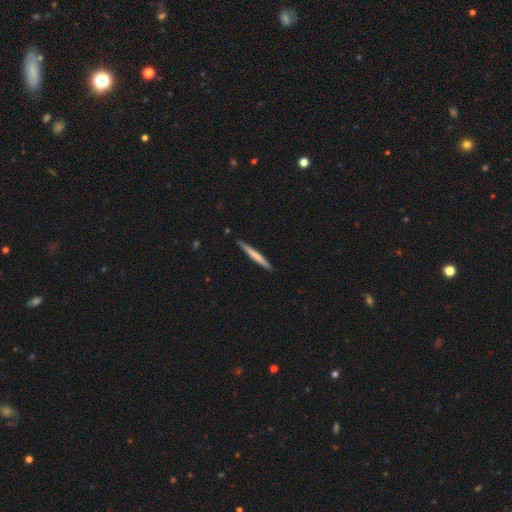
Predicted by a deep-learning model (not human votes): smooth 61%, featured or disk 34%, star or artifact 5%. Down the decision tree: how rounded — cigar-shaped (97%); merging — none (90%).